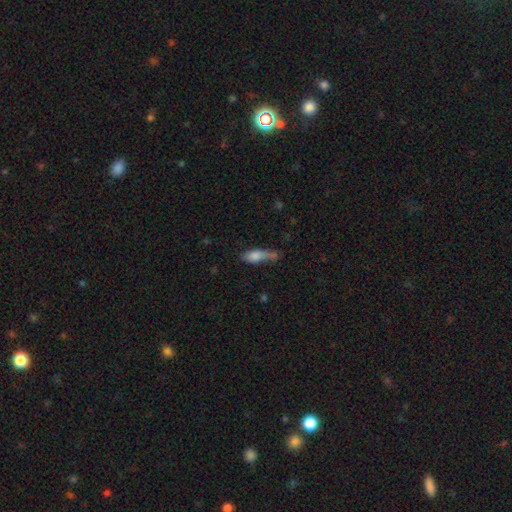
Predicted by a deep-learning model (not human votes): Q: Smooth or featured?
A: smooth (74%); runner-up: featured or disk (17%)
Q: How rounded?
A: in between (51%); runner-up: cigar-shaped (45%)
Q: Merging?
A: none (35%); runner-up: minor disturbance (33%)